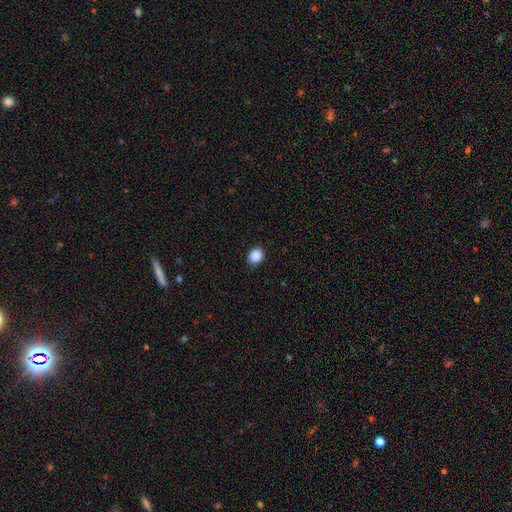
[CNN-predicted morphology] A smooth galaxy with no disk features (89%) that is round (64%).

Vote fractions:
- Smooth or featured? smooth: 89% / star or artifact: 9% / featured or disk: 2%
- How rounded? round: 64% / in between: 36% / cigar-shaped: 1%
- Merging? none: 87% / minor disturbance: 9% / major disturbance: 2% / merger: 1%